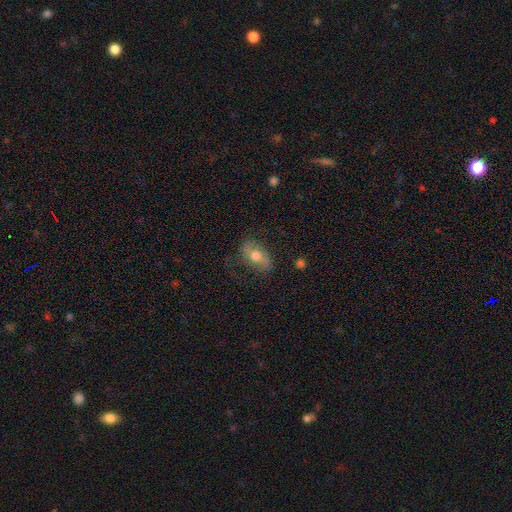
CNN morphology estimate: Q: Smooth or featured?
A: smooth (50%); runner-up: featured or disk (42%)
Q: Merging?
A: none (70%); runner-up: minor disturbance (20%)